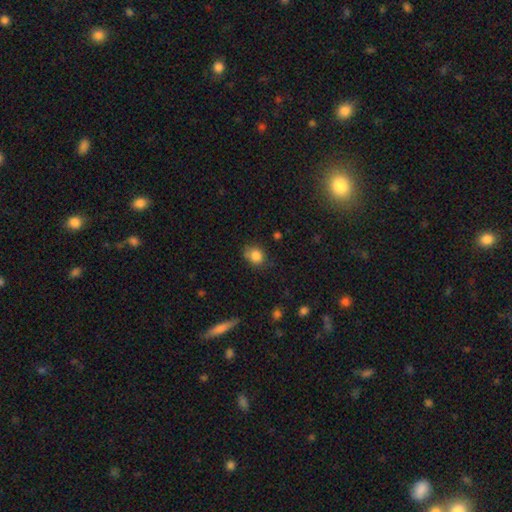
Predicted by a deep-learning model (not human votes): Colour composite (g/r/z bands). It shows a smooth galaxy with no disk features (84%) that is round (59%). Merging: none (68%).